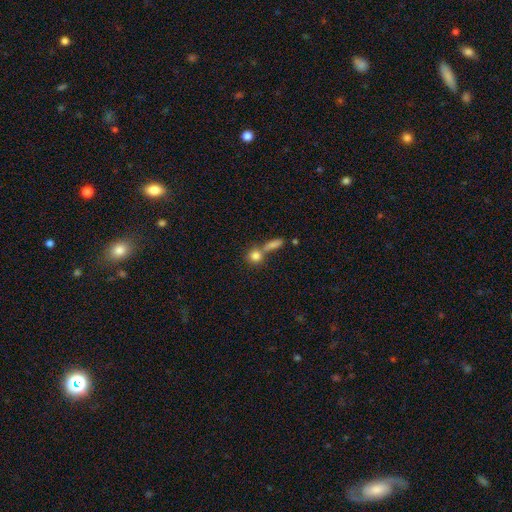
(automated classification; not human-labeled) Smooth or featured?
  - smooth: 81% *
  - featured or disk: 10%
  - star or artifact: 10%
How rounded?
  - round: 80% *
  - in between: 16%
  - cigar-shaped: 5%
Merging?
  - none: 47% *
  - merger: 40%
  - minor disturbance: 8%
  - major disturbance: 5%